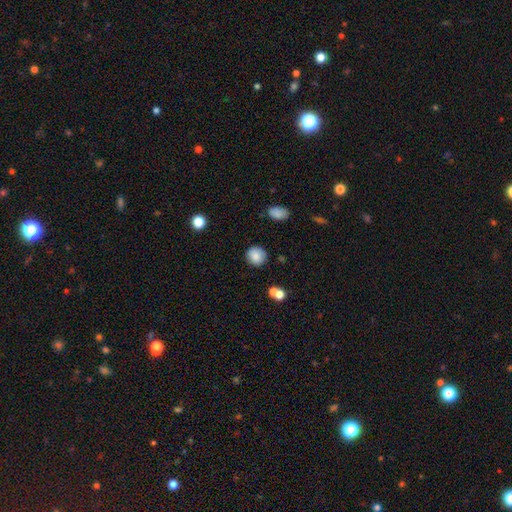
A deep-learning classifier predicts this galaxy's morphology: smooth-or-featured: smooth: 84% | star or artifact: 9% | featured or disk: 7%
  how-rounded: round: 87% | in between: 12% | cigar-shaped: 1%
  merging: none: 84% | minor disturbance: 10% | merger: 3% | major disturbance: 3%